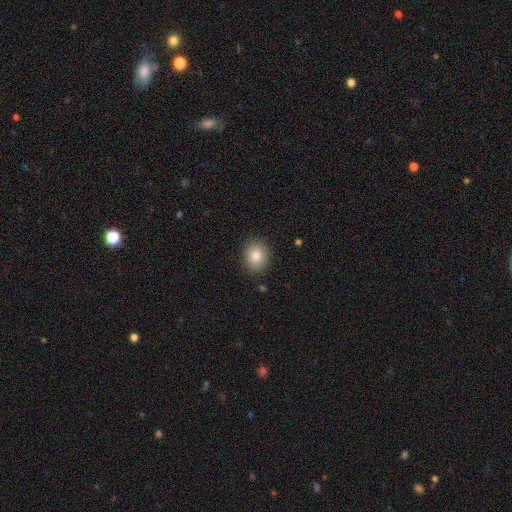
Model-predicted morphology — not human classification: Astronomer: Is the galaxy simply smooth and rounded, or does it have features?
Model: smooth — 84%.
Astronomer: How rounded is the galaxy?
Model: round — 64%.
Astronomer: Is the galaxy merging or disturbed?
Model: none — 88%.